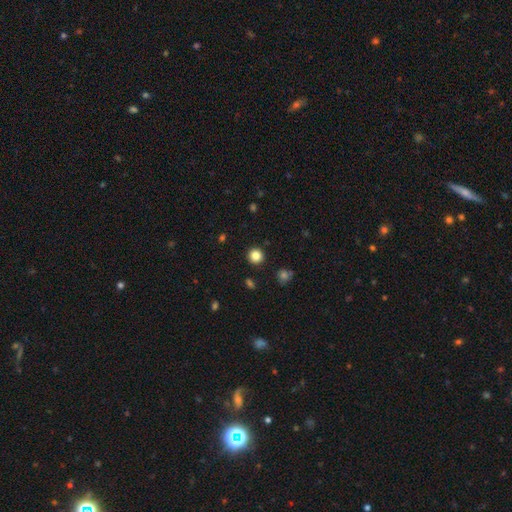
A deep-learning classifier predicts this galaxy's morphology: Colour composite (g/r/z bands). It shows a smooth galaxy with no disk features (84%) that is round (94%). Merging: none (92%).